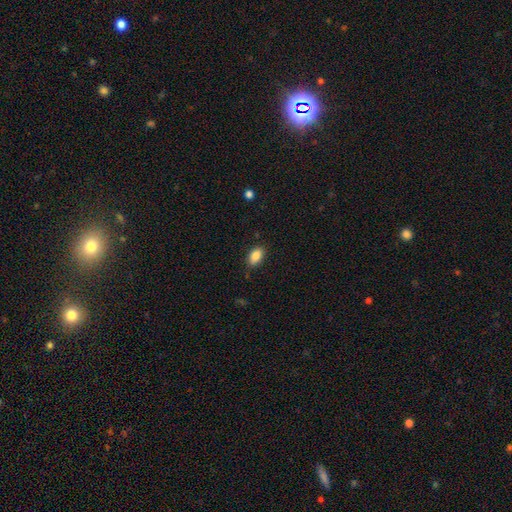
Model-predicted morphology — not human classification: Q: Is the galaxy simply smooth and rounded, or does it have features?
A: smooth — 86%.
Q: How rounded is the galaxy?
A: in between — 90%.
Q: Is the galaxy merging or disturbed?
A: none — 84%.